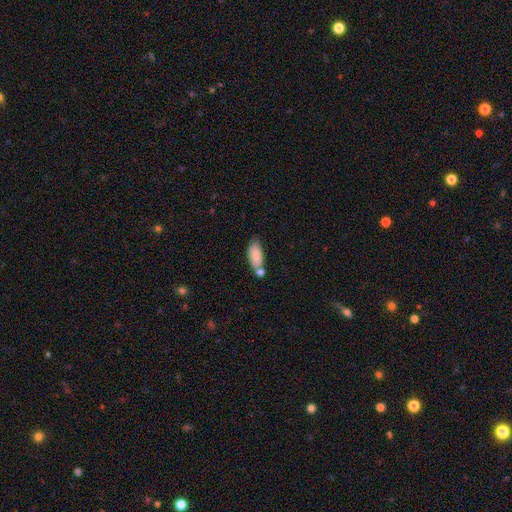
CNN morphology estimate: Smooth or featured? smooth (86%)
How rounded? in between (84%)
Merging? none (52%)